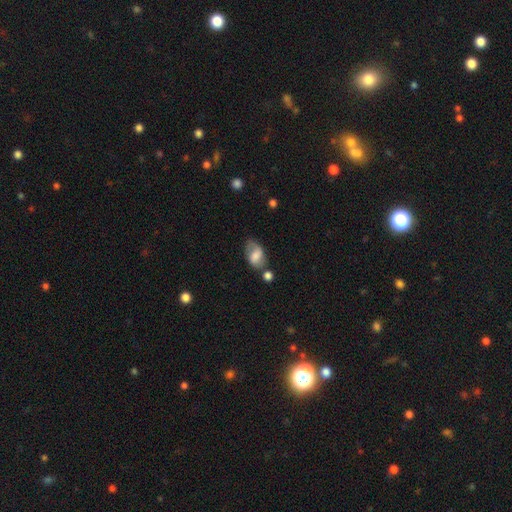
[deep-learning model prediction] This is possibly a smooth galaxy (59%). How rounded: clearly in between (86%). Merging: possibly none (48%).